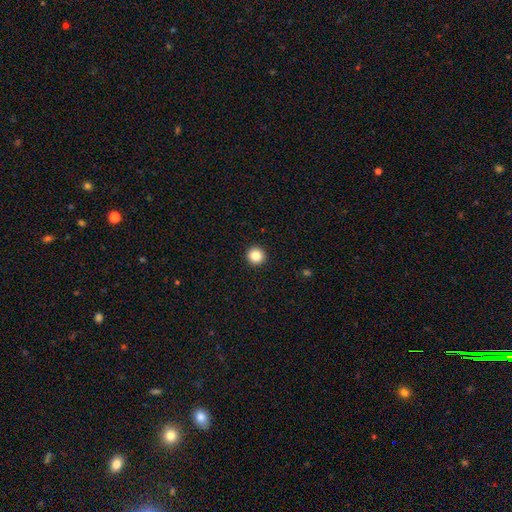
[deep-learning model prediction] Overall: smooth (86%). How rounded: round (96%). Merging: none (94%).